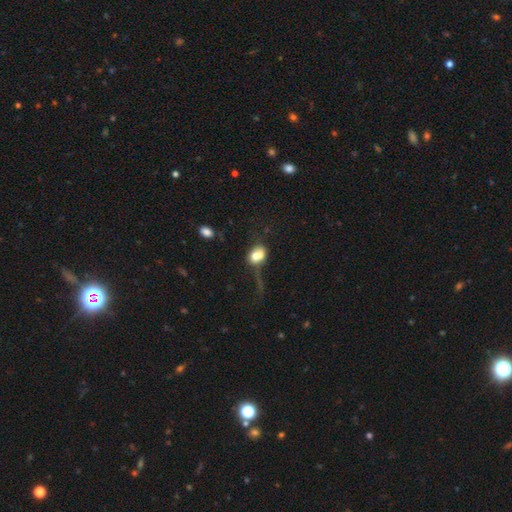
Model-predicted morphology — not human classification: This appears to be a smooth galaxy with no disk features (68%) that is in between round and cigar-shaped (60%). Merging: merger (30%).